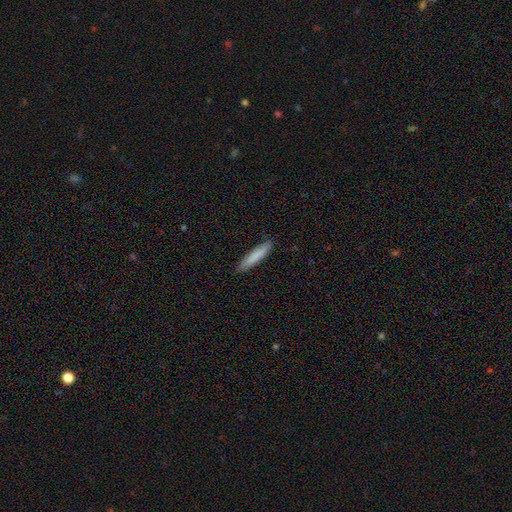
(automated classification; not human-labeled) Smooth or featured: smooth — 81% (featured or disk — 13%)
How rounded: cigar-shaped — 91% (in between — 8%)
Merging: none — 90% (minor disturbance — 8%)